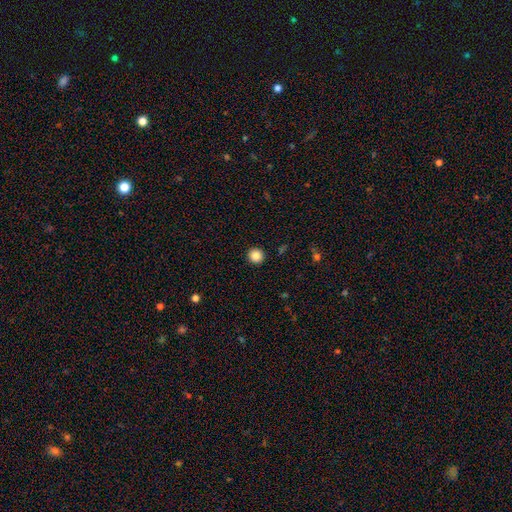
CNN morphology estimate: smooth_or_featured: smooth (p=0.86) [alt: star or artifact p=0.10]
how_rounded: round (p=0.94) [alt: in between p=0.05]
merging: none (p=0.93) [alt: minor disturbance p=0.04]